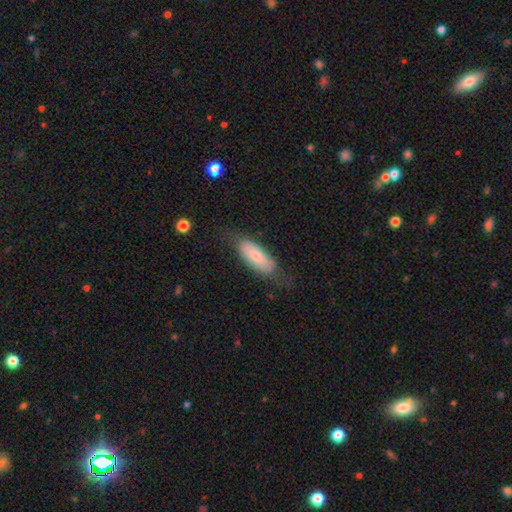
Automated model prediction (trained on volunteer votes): A smooth galaxy with no disk features (74%) that is in between round and cigar-shaped (76%). Merging: none (63%).